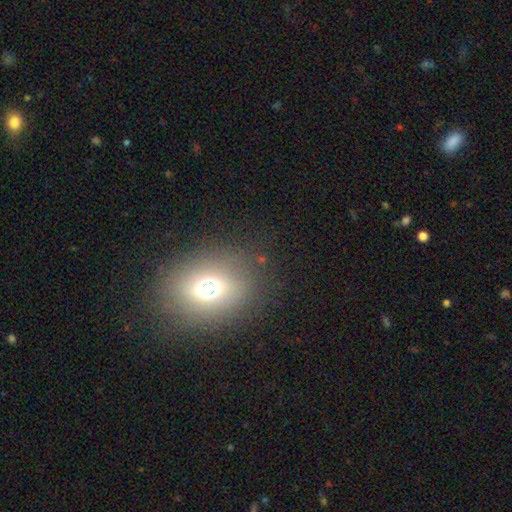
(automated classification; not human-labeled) Smooth or featured?
  - smooth: 65% *
  - featured or disk: 18%
  - star or artifact: 17%
How rounded?
  - in between: 65% *
  - round: 32%
  - cigar-shaped: 2%
Merging?
  - none: 86% *
  - minor disturbance: 9%
  - major disturbance: 3%
  - merger: 1%